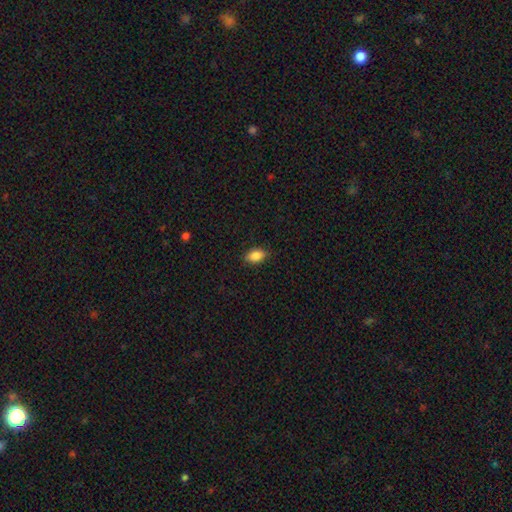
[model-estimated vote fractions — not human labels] This is clearly a smooth galaxy (86%). How rounded: clearly in between (85%). Merging: clearly none (83%).